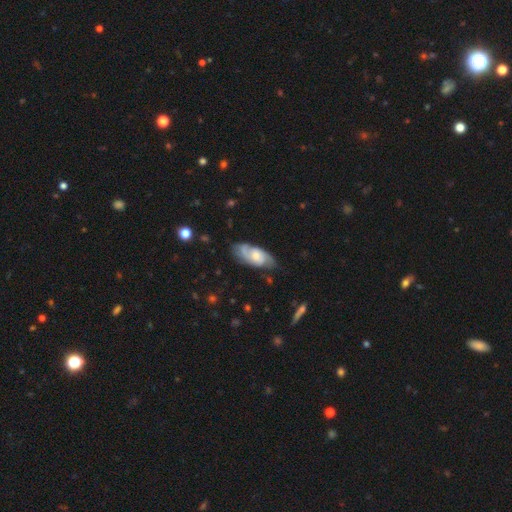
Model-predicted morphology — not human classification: Smooth or featured? featured or disk (64%)
Edge-on disk? no (91%)
Bar? no (61%)
Spiral arms? yes (90%)
Spiral winding? medium (47%)
Spiral arm count? 2 (71%)
Bulge size? moderate (42%)
Merging? none (67%)